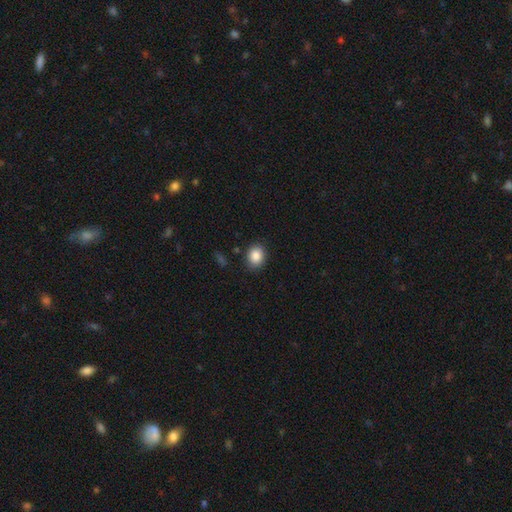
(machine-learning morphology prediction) Overall: smooth (87%). How rounded: round (54%; in between 45%). Merging: none (86%).